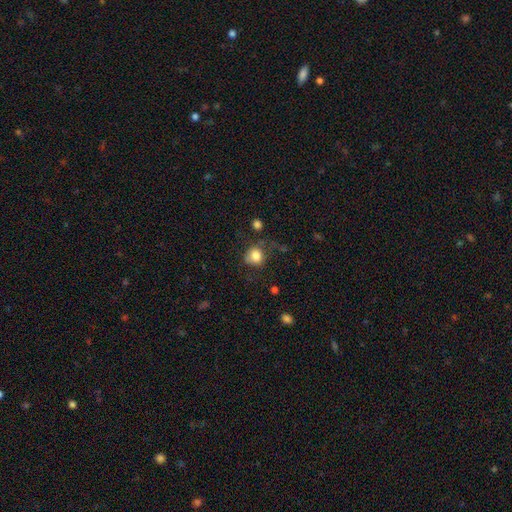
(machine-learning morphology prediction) smooth_or_featured: smooth (p=0.81) [alt: star or artifact p=0.10]
how_rounded: round (p=0.73) [alt: in between p=0.26]
merging: none (p=0.61) [alt: minor disturbance p=0.24]